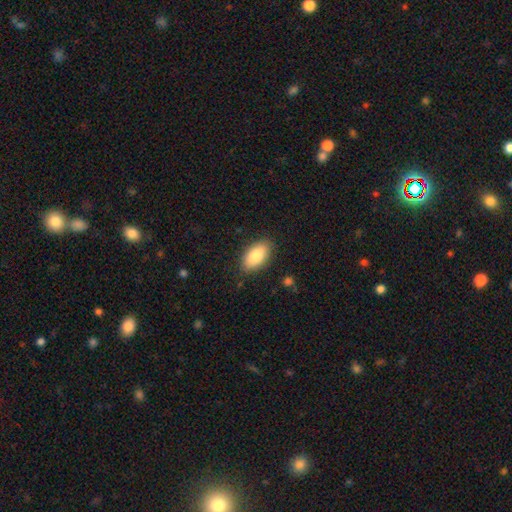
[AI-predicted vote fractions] Overall: smooth (83%). How rounded: in between (93%). Merging: none (86%).